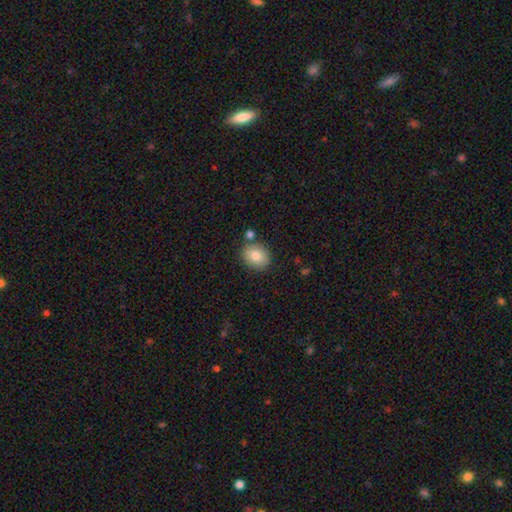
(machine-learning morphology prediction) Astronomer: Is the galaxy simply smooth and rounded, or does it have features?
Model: smooth — 82%.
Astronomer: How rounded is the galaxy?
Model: round — 67%.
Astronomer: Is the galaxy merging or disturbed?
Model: none — 79%.